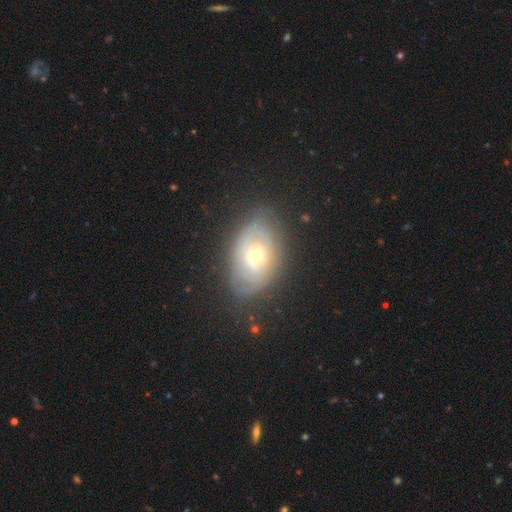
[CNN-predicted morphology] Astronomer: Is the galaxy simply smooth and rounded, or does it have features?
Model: featured or disk — 69%.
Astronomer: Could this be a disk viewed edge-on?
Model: no — 92%.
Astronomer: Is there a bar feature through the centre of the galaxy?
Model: no — 57% (runner-up: weak, 34%).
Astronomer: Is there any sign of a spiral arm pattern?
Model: yes — 70%.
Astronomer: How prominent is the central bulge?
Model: moderate — 55% (runner-up: small, 40%).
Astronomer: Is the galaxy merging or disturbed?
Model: none — 74%.